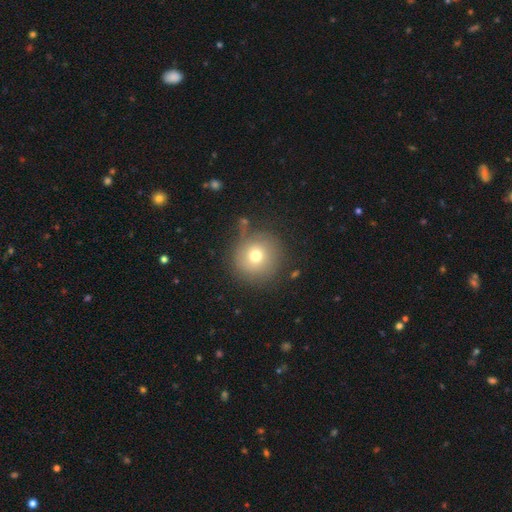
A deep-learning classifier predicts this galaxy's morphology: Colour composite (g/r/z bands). It shows a smooth galaxy with no disk features (70%) that is round (94%). Merging: none (71%).